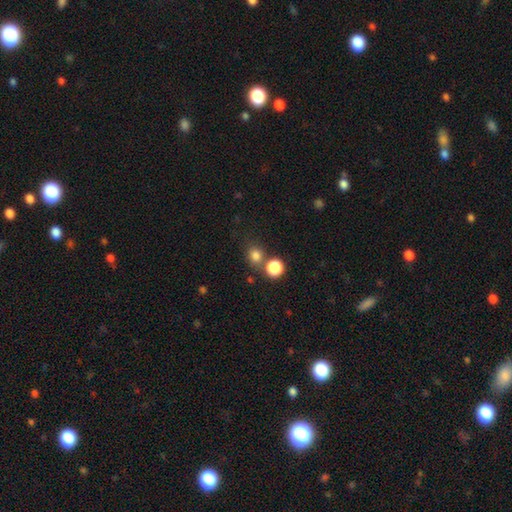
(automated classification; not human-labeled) Morphology: type=smooth (81%); roundness=round (78%); merging=none (63%).